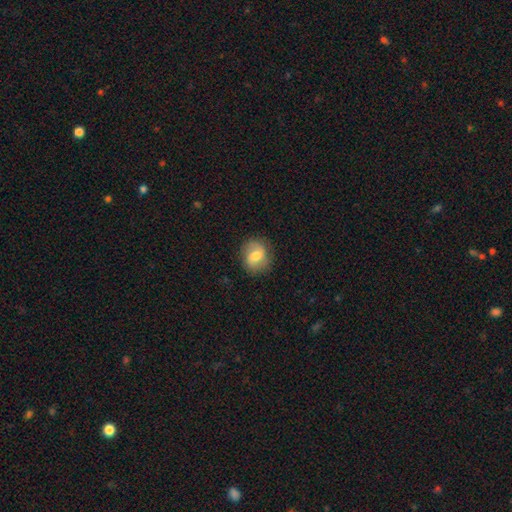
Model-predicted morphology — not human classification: This appears to be a smooth galaxy with no disk features (56%) that is round (68%). Merging: none (81%).